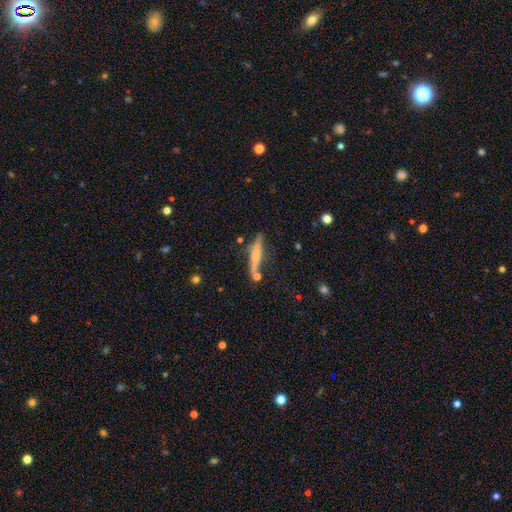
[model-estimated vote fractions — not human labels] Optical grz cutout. It shows a smooth galaxy with no disk features (49%). Merging: none (70%).